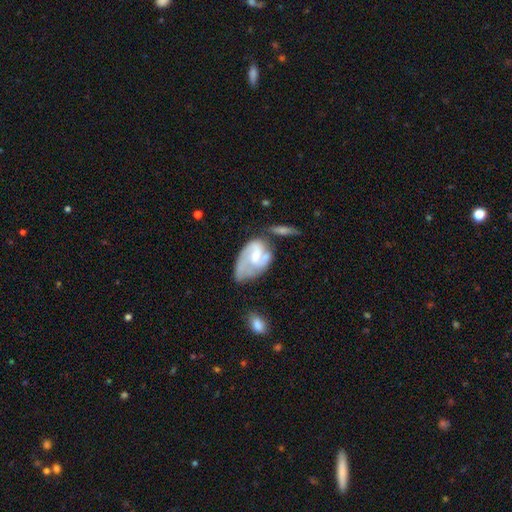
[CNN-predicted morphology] Q: Smooth or featured?
A: featured or disk (65%); runner-up: smooth (29%)
Q: Edge-on disk?
A: no (96%); runner-up: yes (4%)
Q: Bar?
A: weak (47%); runner-up: no (39%)
Q: Spiral arms?
A: yes (76%); runner-up: no (24%)
Q: Bulge size?
A: moderate (44%); runner-up: small (35%)
Q: Merging?
A: major disturbance (26%); tied with: none (26%)